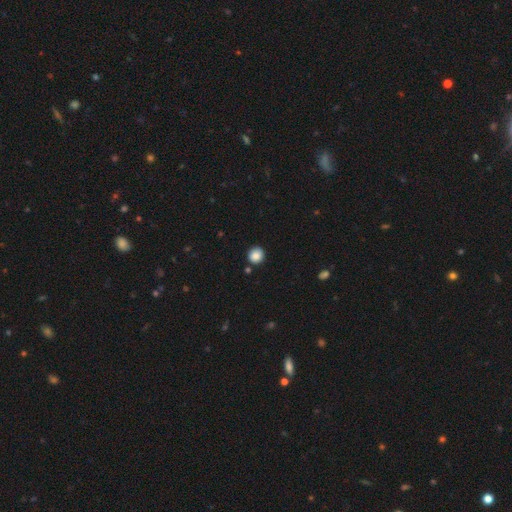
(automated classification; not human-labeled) smooth 87%, star or artifact 9%, featured or disk 3%. Down the decision tree: how rounded — round (92%); merging — none (88%).